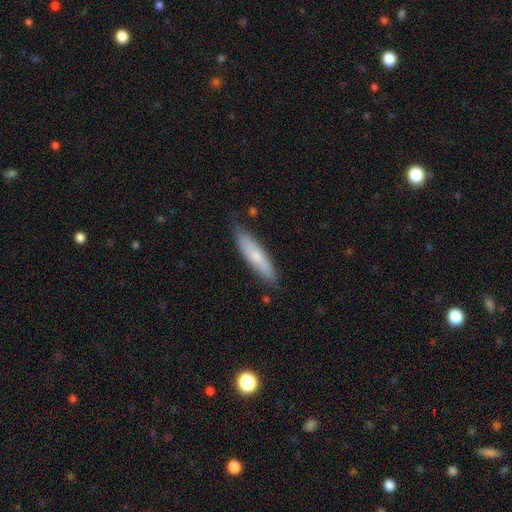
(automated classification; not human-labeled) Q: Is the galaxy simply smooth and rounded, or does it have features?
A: smooth — 70%.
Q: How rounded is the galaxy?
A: cigar-shaped — 80%.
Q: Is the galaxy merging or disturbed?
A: none — 81%.